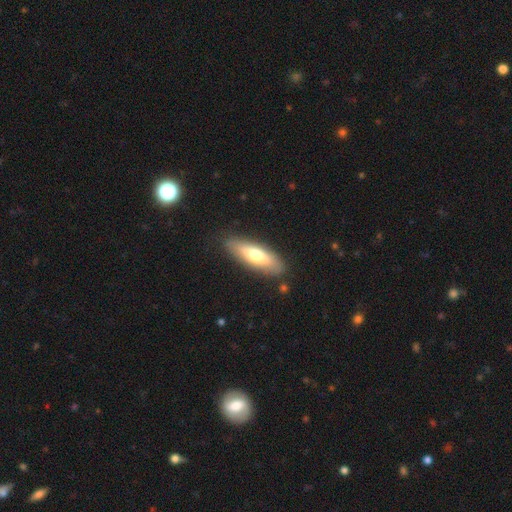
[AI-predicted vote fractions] Smooth or featured: smooth — 65% (featured or disk — 29%)
How rounded: in between — 50% (cigar-shaped — 48%)
Merging: none — 85% (minor disturbance — 11%)